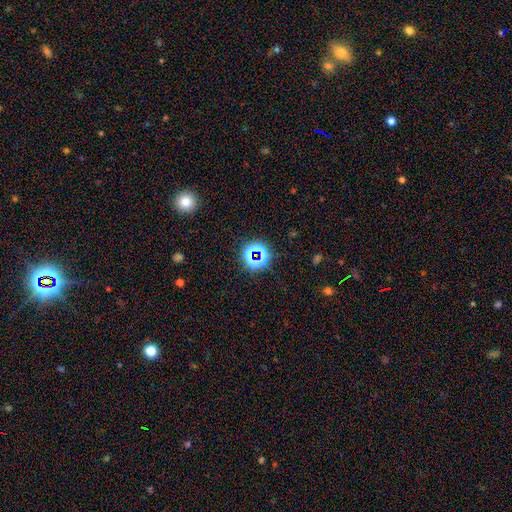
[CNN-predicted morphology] Overall: star or artifact (69%).